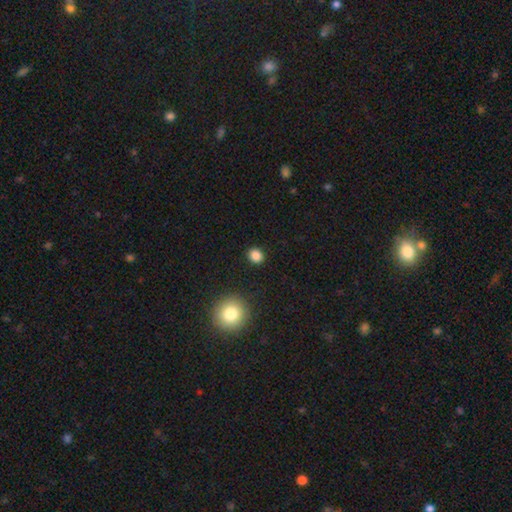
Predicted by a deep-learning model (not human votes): Overall: smooth (85%). How rounded: round (76%). Merging: none (90%).